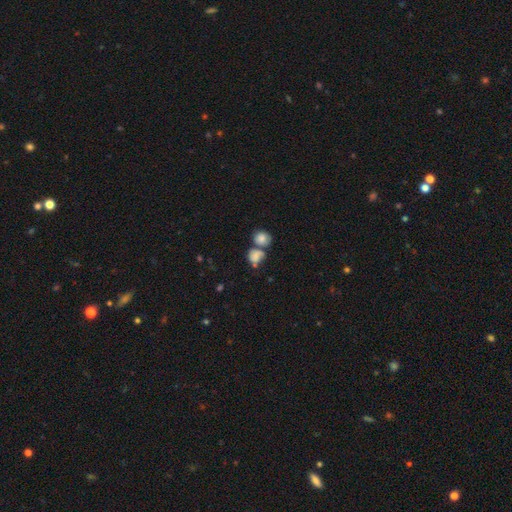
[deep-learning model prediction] Smooth or featured? smooth (70%)
How rounded? round (67%)
Merging? merger (47%)